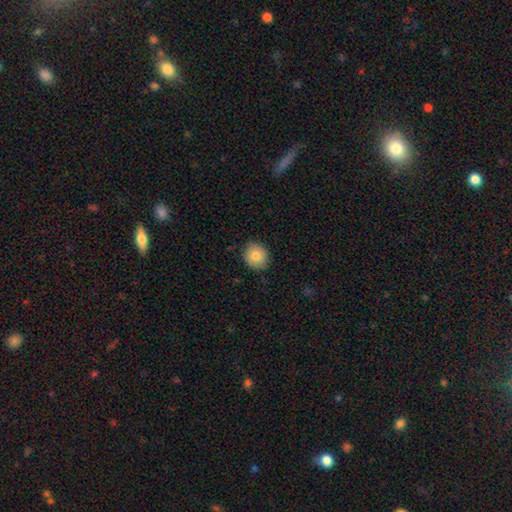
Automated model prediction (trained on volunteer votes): smooth_or_featured: smooth (p=0.83) [alt: featured or disk p=0.09]
how_rounded: round (p=0.78) [alt: in between p=0.21]
merging: none (p=0.86) [alt: minor disturbance p=0.11]